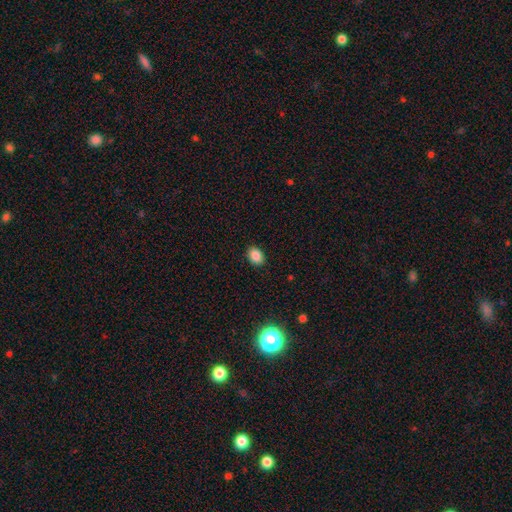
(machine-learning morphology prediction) A smooth galaxy with no disk features (87%) that is in between round and cigar-shaped (75%).

Vote fractions:
- Smooth or featured? smooth: 87% / star or artifact: 9% / featured or disk: 4%
- How rounded? in between: 75% / round: 24% / cigar-shaped: 1%
- Merging? none: 89% / minor disturbance: 8% / major disturbance: 2% / merger: 1%